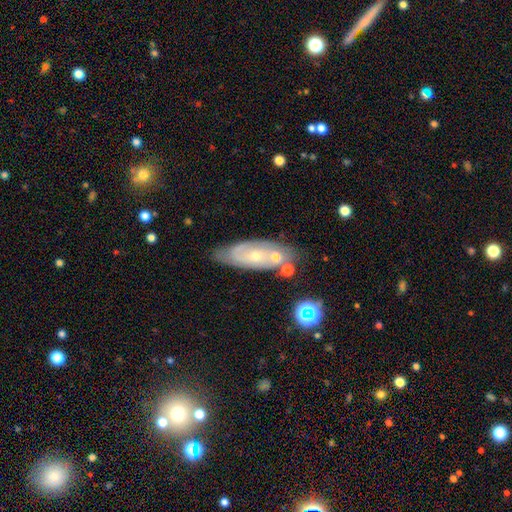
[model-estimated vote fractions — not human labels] Smooth or featured? Predicted: featured or disk (p=0.65). Edge-on disk? Predicted: no (p=0.86). Bar? Predicted: no (p=0.77). Spiral arms? Predicted: yes (p=0.71). Bulge size? Predicted: small (p=0.61). Merging? Predicted: none (p=0.65).